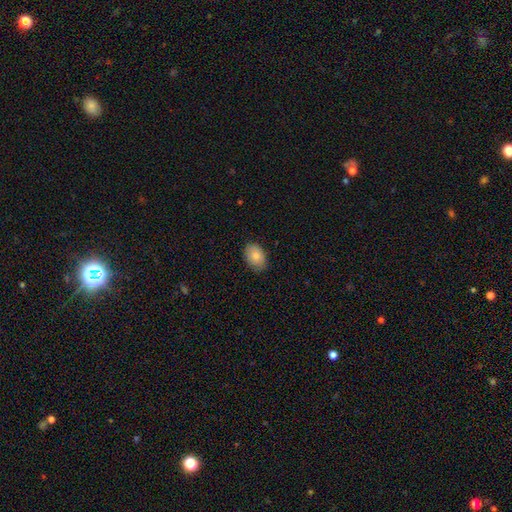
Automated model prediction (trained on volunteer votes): Smooth or featured? smooth (80%)
How rounded? in between (82%)
Merging? none (84%)